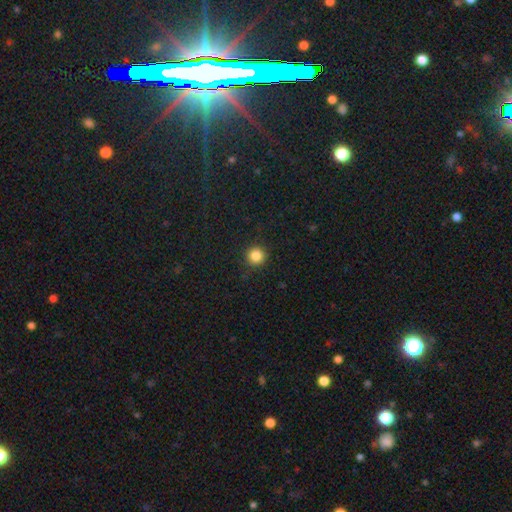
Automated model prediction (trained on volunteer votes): A smooth galaxy with no disk features (85%) that is round (95%).

Vote fractions:
- Smooth or featured? smooth: 85% / star or artifact: 11% / featured or disk: 4%
- How rounded? round: 95% / in between: 4% / cigar-shaped: 1%
- Merging? none: 92% / minor disturbance: 6% / major disturbance: 2% / merger: 1%